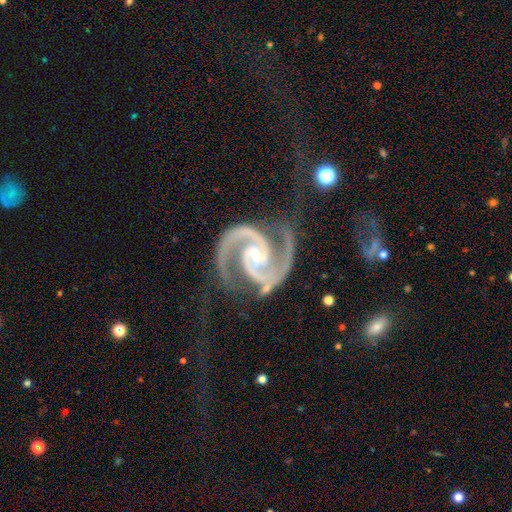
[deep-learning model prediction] Overall: featured or disk (95%). Edge-on disk: no (99%). Bar: no (41%; weak 36%). Spiral arms: yes (99%). Spiral arm count: 2 (94%). Spiral winding: medium (51%; tight 44%). Bulge size: small (66%; moderate 28%). Merging: none (65%).